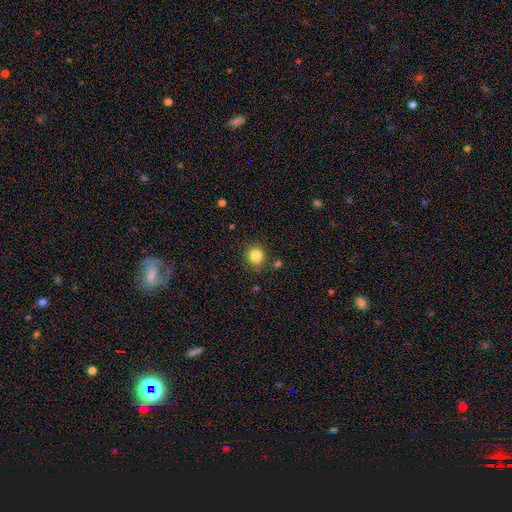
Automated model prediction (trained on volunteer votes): smooth_or_featured: smooth (p=0.84) [alt: star or artifact p=0.11]
how_rounded: round (p=0.88) [alt: in between p=0.12]
merging: none (p=0.84) [alt: minor disturbance p=0.10]